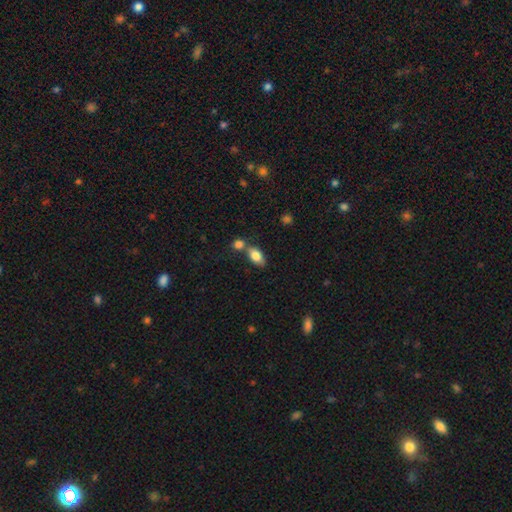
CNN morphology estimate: smooth_or_featured: smooth (p=0.83) [alt: featured or disk p=0.10]
how_rounded: in between (p=0.89) [alt: round p=0.07]
merging: none (p=0.51) [alt: merger p=0.35]